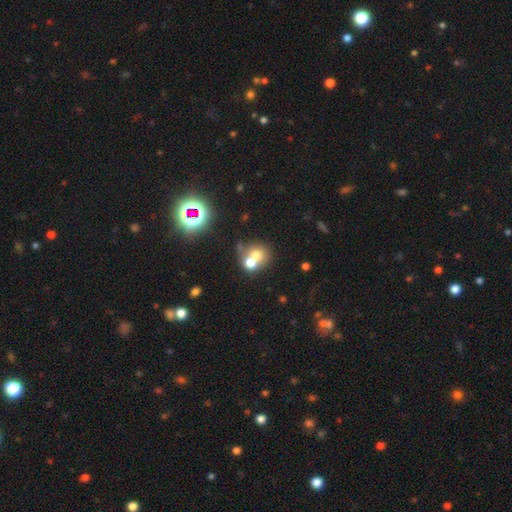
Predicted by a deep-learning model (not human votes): smooth 64%, featured or disk 21%, star or artifact 15%. Down the decision tree: how rounded — round (75%); merging — merger (59%).